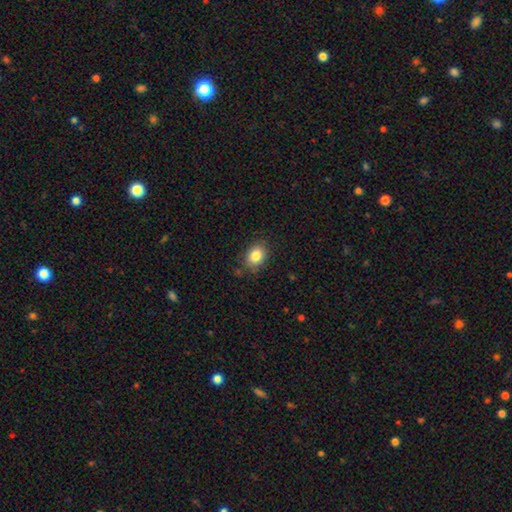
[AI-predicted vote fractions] Smooth or featured?
  - smooth: 83% *
  - star or artifact: 9%
  - featured or disk: 8%
How rounded?
  - in between: 64% *
  - round: 35%
  - cigar-shaped: 1%
Merging?
  - none: 81% *
  - minor disturbance: 14%
  - major disturbance: 3%
  - merger: 2%